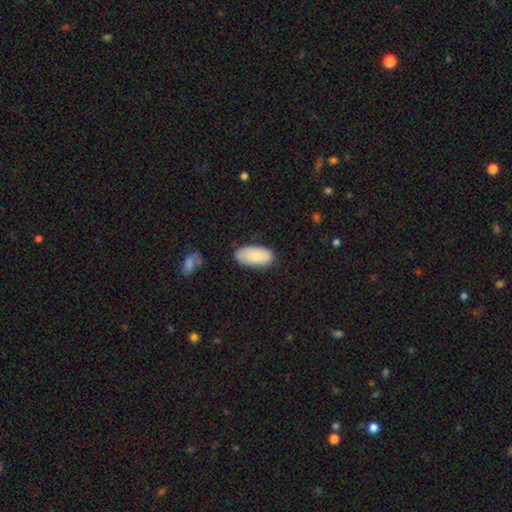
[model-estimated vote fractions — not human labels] This appears to be a smooth galaxy with no disk features (82%) that is in between round and cigar-shaped (94%). Merging: none (82%).